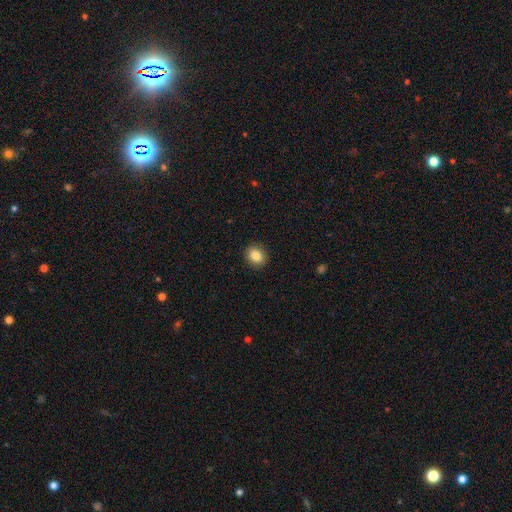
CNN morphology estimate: This is clearly a smooth galaxy (84%). How rounded: likely round (69%). Merging: clearly none (90%).